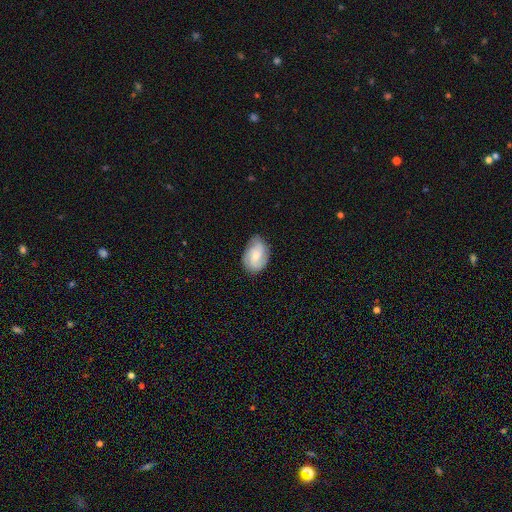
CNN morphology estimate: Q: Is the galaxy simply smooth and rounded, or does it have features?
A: smooth — 49%.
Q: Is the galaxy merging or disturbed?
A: none — 68%.